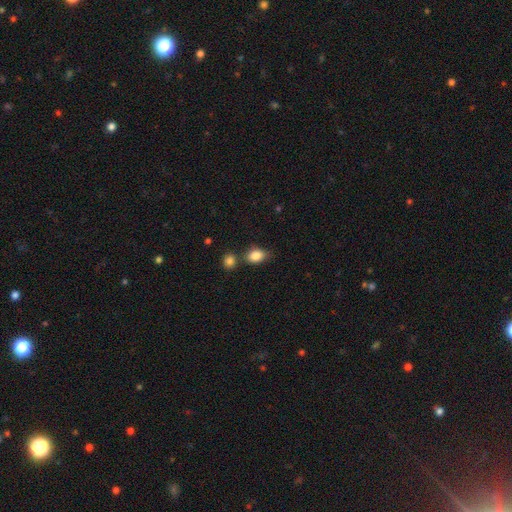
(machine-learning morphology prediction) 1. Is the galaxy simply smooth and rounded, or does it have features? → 85% smooth, 9% star or artifact, 6% featured or disk.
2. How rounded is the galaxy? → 74% in between, 24% round, 2% cigar-shaped.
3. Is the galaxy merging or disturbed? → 63% none, 18% minor disturbance, 15% merger, 4% major disturbance.